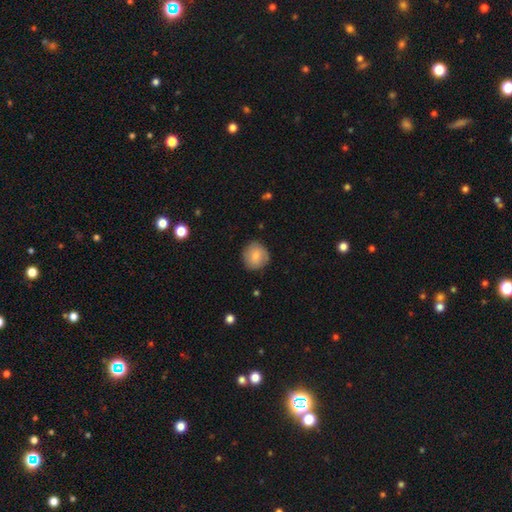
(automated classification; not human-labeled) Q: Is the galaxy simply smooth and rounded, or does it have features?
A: smooth — 80%.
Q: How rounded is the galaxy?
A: round — 89%.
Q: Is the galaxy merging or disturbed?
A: none — 84%.